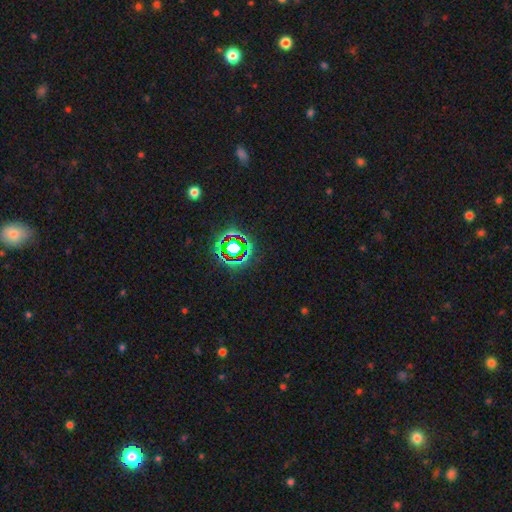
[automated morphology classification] Smooth or featured: star or artifact — 67% (smooth — 23%)